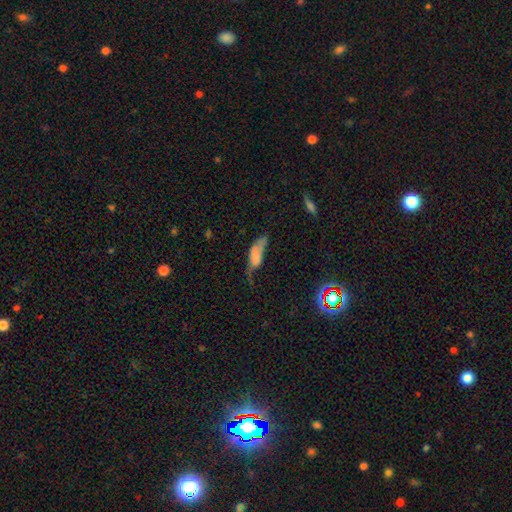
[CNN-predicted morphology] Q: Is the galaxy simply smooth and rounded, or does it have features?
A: smooth — 63%.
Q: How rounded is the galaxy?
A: in between — 74%.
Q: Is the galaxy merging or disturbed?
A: major disturbance — 49%.